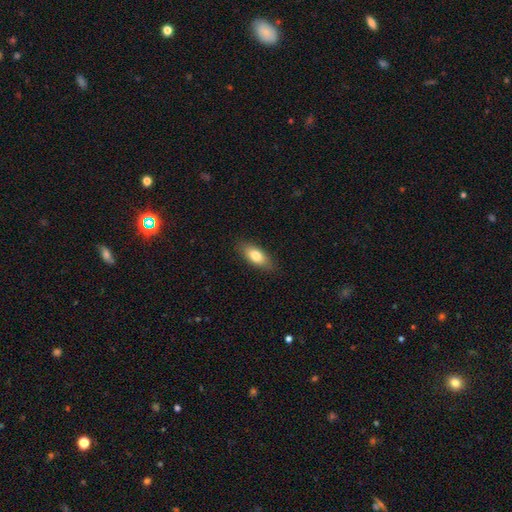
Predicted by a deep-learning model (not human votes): This appears to be a smooth galaxy with no disk features (79%) that is in between round and cigar-shaped (82%). Merging: none (86%).